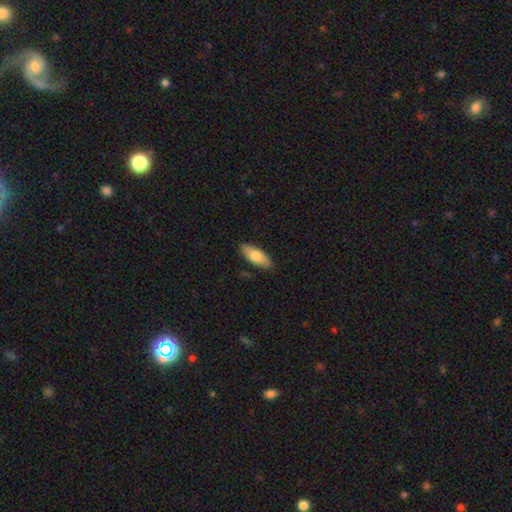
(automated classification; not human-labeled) Smooth or featured? Predicted: smooth (p=0.77). How rounded? Predicted: in between (p=0.75). Merging? Predicted: none (p=0.87).